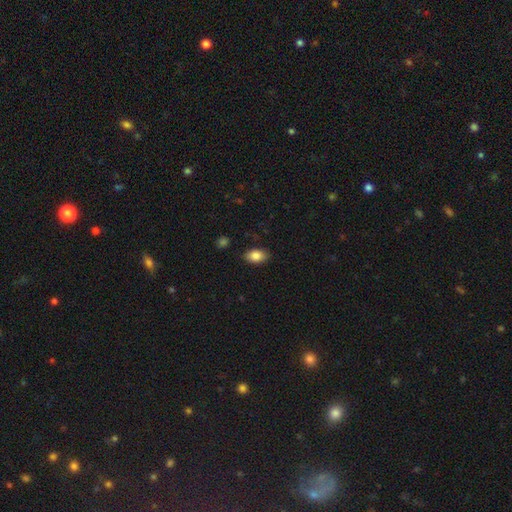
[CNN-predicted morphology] The model was most divided on "merging": none: 86%, minor disturbance: 11%, major disturbance: 2%, merger: 1%. More confident: how rounded — in between (89%); smooth or featured — smooth (85%).